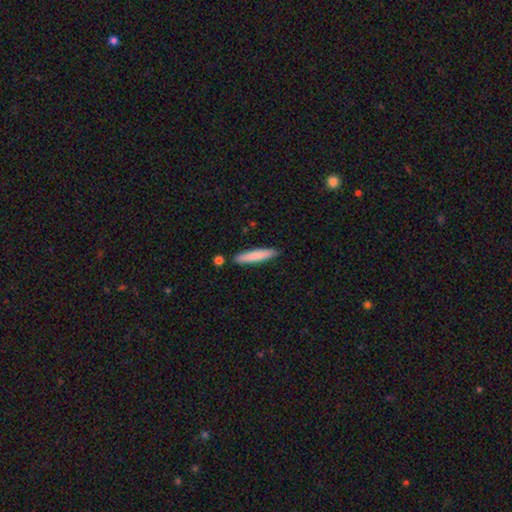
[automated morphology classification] smooth-or-featured: smooth: 80% | featured or disk: 15% | star or artifact: 6%
  how-rounded: cigar-shaped: 89% | in between: 9% | round: 1%
  merging: none: 87% | minor disturbance: 9% | merger: 3% | major disturbance: 2%